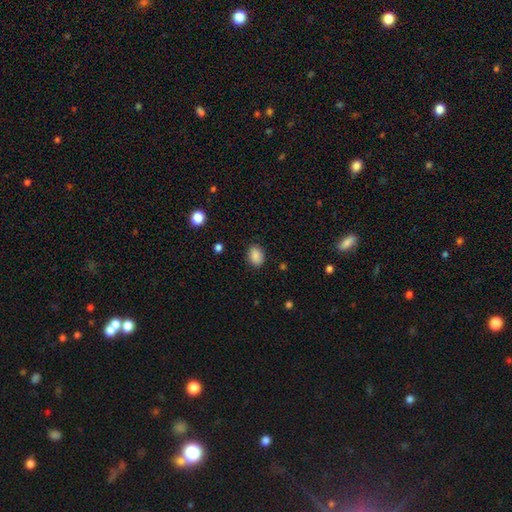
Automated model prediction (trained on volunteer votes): Smooth or featured?
  - smooth: 88% *
  - star or artifact: 9%
  - featured or disk: 4%
How rounded?
  - in between: 65% *
  - round: 34%
  - cigar-shaped: 1%
Merging?
  - none: 86% *
  - minor disturbance: 10%
  - major disturbance: 3%
  - merger: 1%